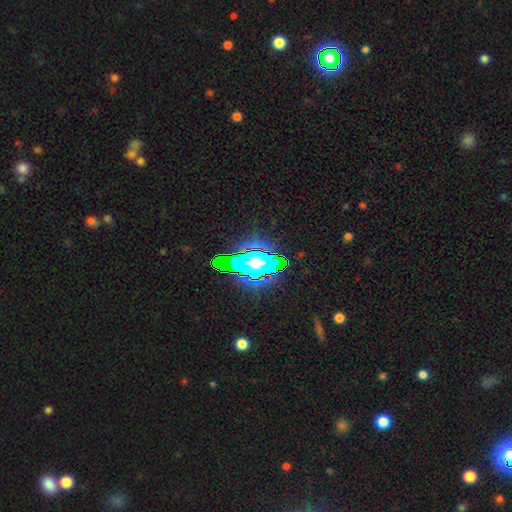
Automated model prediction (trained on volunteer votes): smooth_or_featured: star or artifact (p=0.80) [alt: smooth p=0.11]